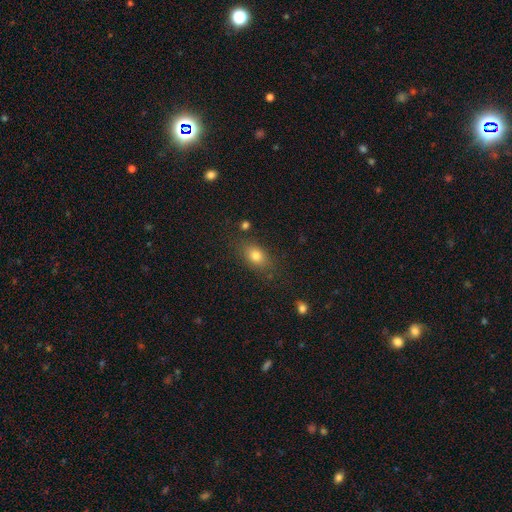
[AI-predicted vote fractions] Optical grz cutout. It shows a smooth galaxy with no disk features (79%) that is in between round and cigar-shaped (76%). Merging: none (77%).